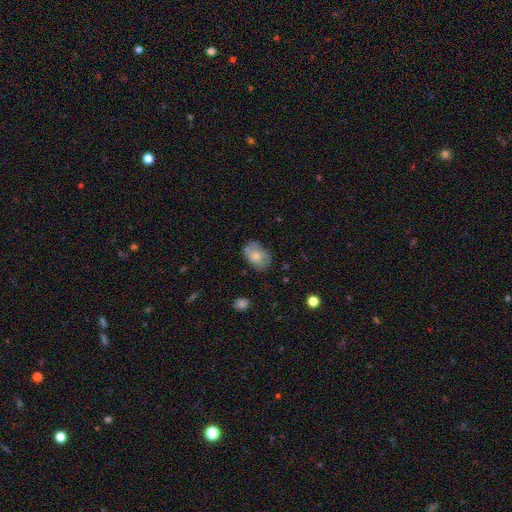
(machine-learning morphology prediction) smooth_or_featured: smooth (p=0.72) [alt: featured or disk p=0.21]
how_rounded: in between (p=0.81) [alt: round p=0.18]
merging: none (p=0.66) [alt: minor disturbance p=0.25]